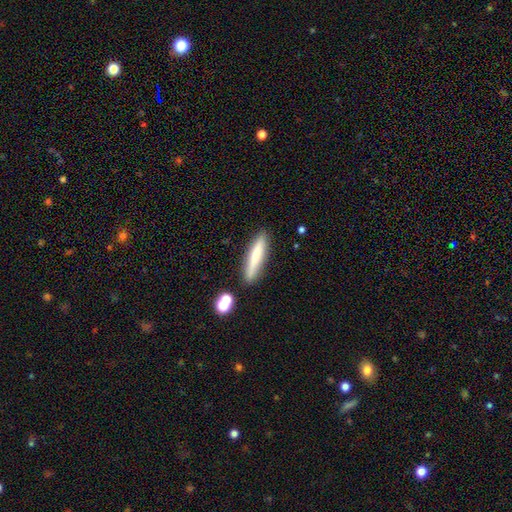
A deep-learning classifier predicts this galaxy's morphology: smooth 67%, featured or disk 26%, star or artifact 7%. Down the decision tree: how rounded — cigar-shaped (87%); merging — none (83%).